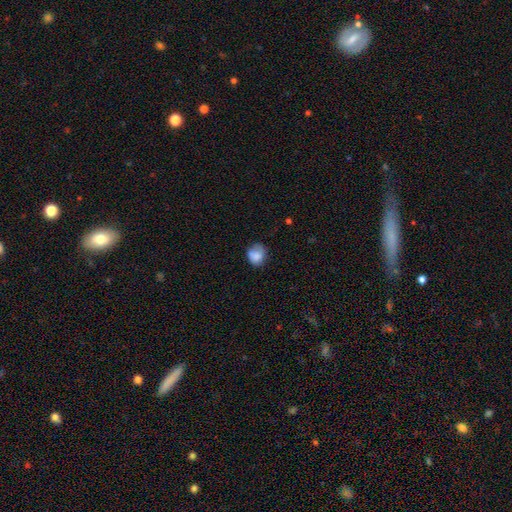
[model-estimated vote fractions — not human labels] Morphology: type=smooth (80%); roundness=round (66%); merging=none (55%).